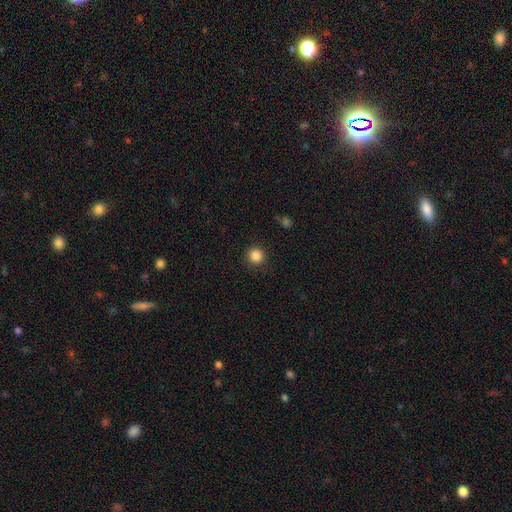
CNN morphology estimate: This is clearly a smooth galaxy (86%). How rounded: clearly round (94%). Merging: clearly none (90%).